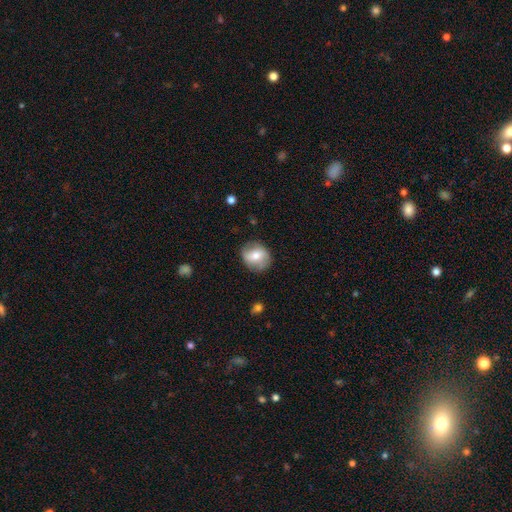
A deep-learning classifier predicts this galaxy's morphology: Q: Smooth or featured?
A: smooth (58%); runner-up: featured or disk (34%)
Q: How rounded?
A: round (73%); runner-up: in between (26%)
Q: Merging?
A: none (80%); runner-up: minor disturbance (14%)